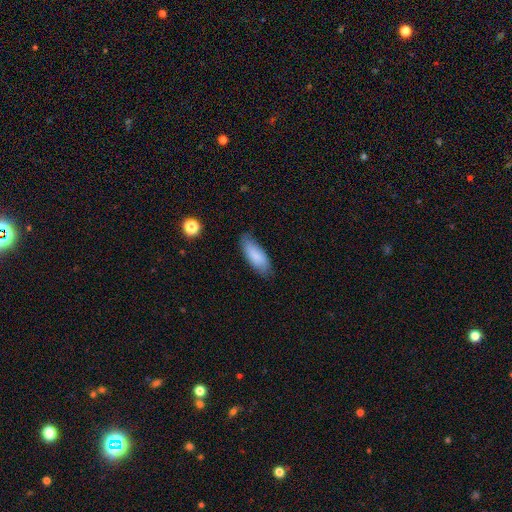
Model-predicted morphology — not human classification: type=smooth (83%); roundness=in between (77%); merging=none (75%).